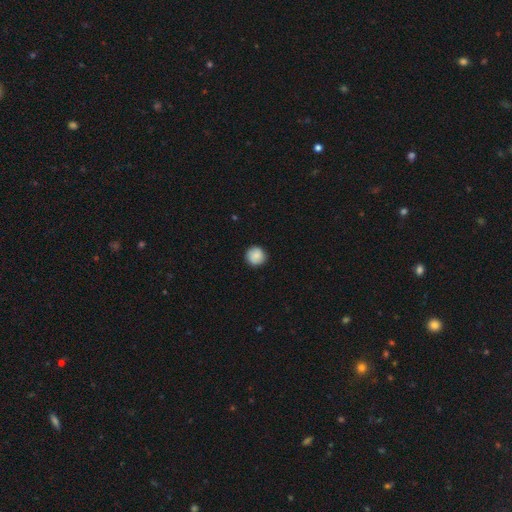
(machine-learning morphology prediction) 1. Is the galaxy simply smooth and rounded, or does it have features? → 87% smooth, 8% star or artifact, 6% featured or disk.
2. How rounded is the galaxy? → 95% round, 4% in between, 1% cigar-shaped.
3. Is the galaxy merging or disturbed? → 90% none, 7% minor disturbance, 2% major disturbance, 1% merger.